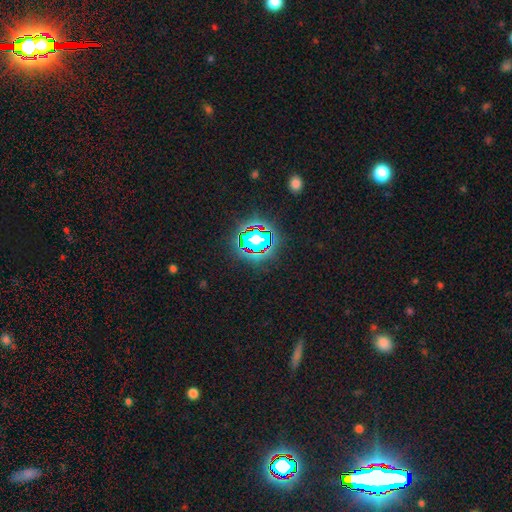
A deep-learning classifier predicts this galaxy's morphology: Smooth or featured? Predicted: star or artifact (p=0.77).